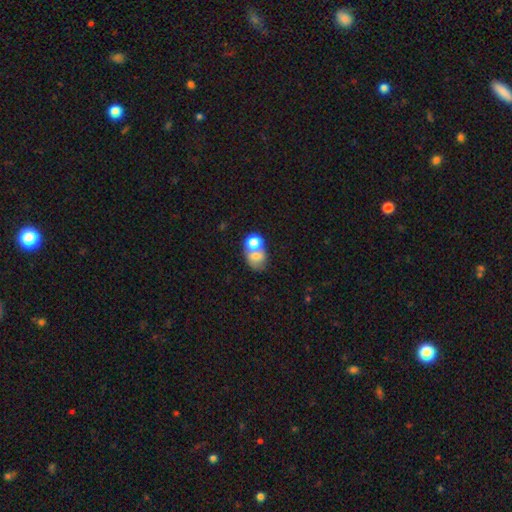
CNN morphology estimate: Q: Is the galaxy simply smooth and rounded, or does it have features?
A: smooth — 66%.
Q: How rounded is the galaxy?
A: in between — 58%.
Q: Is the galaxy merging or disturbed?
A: merger — 62%.